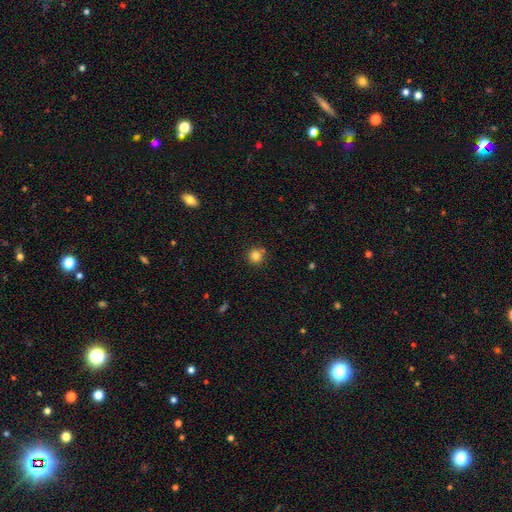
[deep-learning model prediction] smooth_or_featured: smooth (p=0.82) [alt: star or artifact p=0.12]
how_rounded: round (p=0.93) [alt: in between p=0.06]
merging: none (p=0.82) [alt: minor disturbance p=0.09]